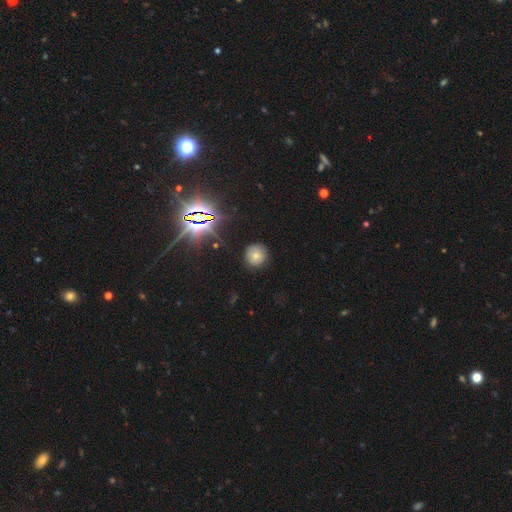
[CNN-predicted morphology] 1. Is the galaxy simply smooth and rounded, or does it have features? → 68% smooth, 20% star or artifact, 12% featured or disk.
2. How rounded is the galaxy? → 93% round, 6% in between, 1% cigar-shaped.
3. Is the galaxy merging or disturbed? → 85% none, 11% minor disturbance, 3% major disturbance, 1% merger.